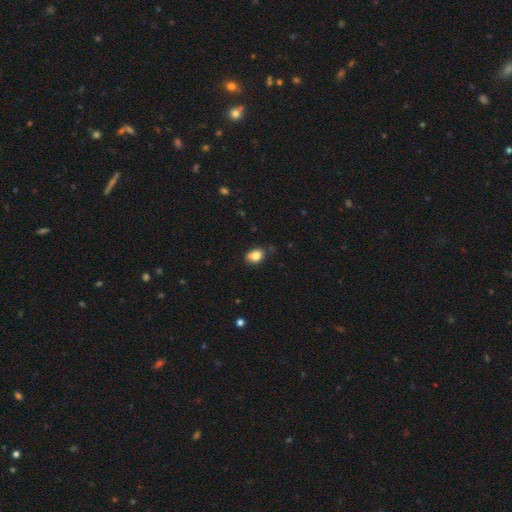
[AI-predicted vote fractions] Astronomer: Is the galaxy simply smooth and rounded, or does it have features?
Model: smooth — 82%.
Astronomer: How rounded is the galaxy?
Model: in between — 74%.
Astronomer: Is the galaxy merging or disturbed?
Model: none — 70%.